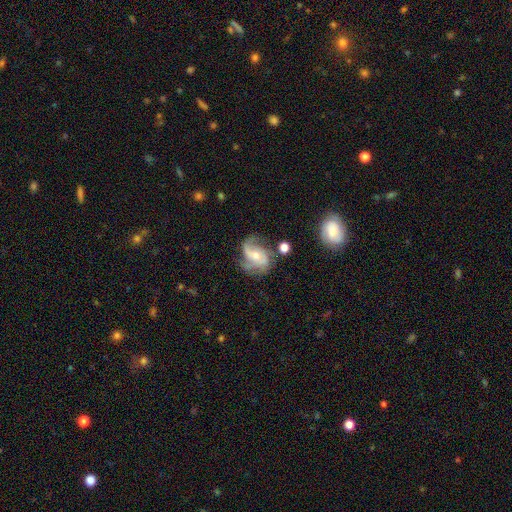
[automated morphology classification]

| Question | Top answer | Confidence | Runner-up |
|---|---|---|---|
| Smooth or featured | featured or disk | 77% | smooth (15%) |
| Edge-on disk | no | 97% | yes (3%) |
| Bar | no | 55% | weak (34%) |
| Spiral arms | yes | 92% | no (8%) |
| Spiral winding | medium | 43% | loose (38%) |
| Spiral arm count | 2 | 50% | 3 (20%) |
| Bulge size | small | 53% | moderate (42%) |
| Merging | none | 51% | minor disturbance (24%) |